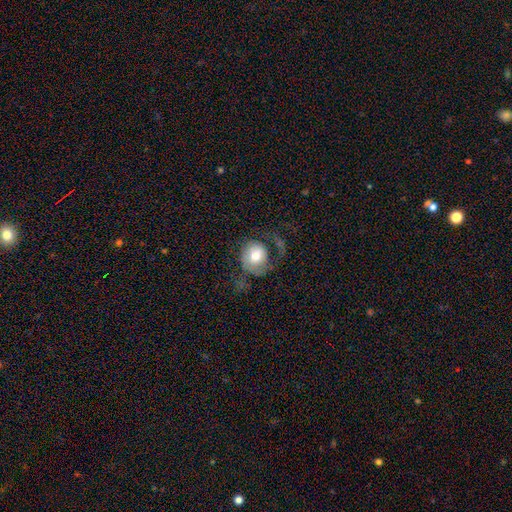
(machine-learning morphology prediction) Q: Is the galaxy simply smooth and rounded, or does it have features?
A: smooth — 63%.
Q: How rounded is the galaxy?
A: round — 74%.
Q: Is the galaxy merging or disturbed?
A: major disturbance — 42%.